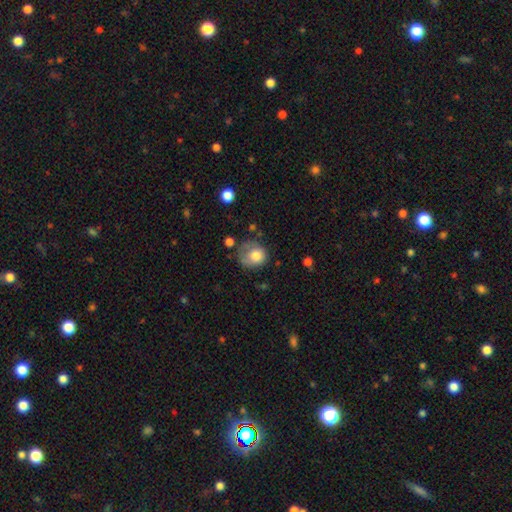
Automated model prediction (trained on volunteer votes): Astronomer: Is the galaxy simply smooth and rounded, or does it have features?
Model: smooth — 75%.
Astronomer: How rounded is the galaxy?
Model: round — 71%.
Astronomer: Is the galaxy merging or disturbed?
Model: none — 39% (runner-up: minor disturbance, 32%).